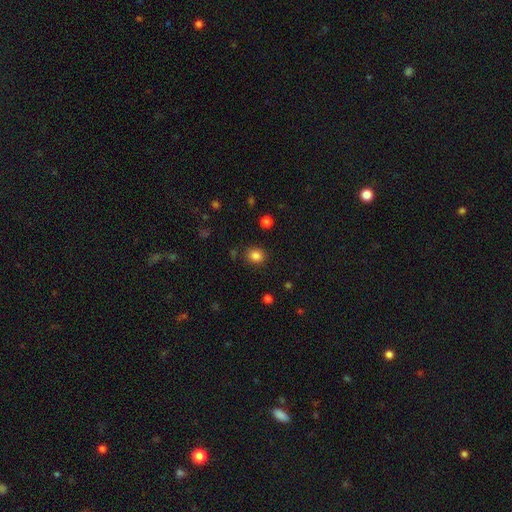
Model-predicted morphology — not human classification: This is clearly a smooth galaxy (84%). How rounded: likely round (72%). Merging: clearly none (85%).